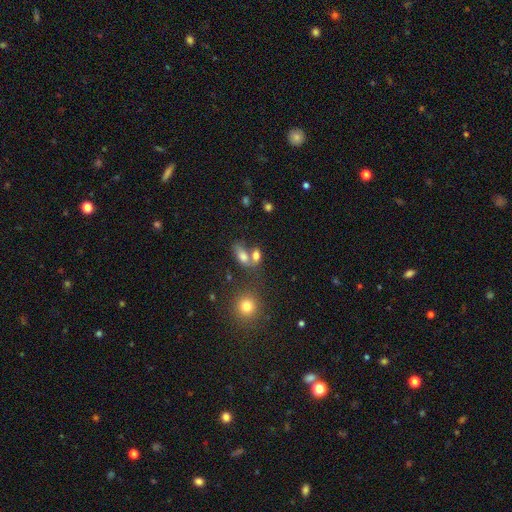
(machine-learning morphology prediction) A smooth galaxy with no disk features (74%) that is in between round and cigar-shaped (81%). Merging: merger (46%).